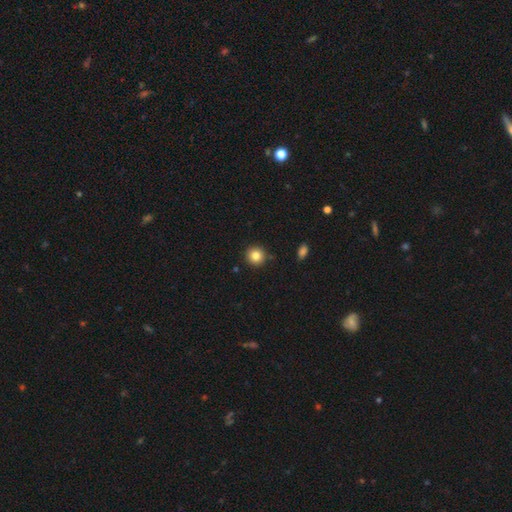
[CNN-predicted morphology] A smooth galaxy with no disk features (84%) that is round (93%). Merging: none (90%).